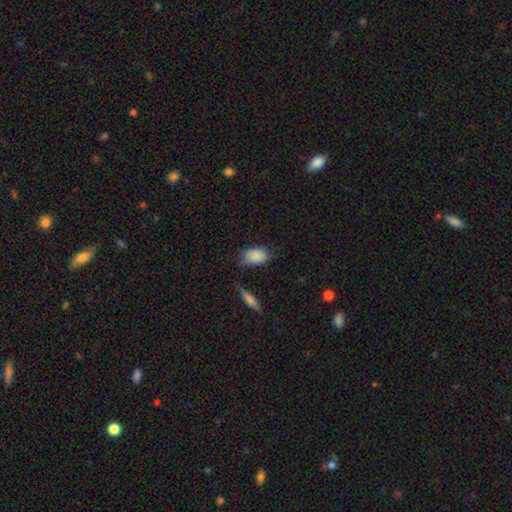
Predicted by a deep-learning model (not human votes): Smooth or featured? smooth (86%)
How rounded? in between (87%)
Merging? none (65%)